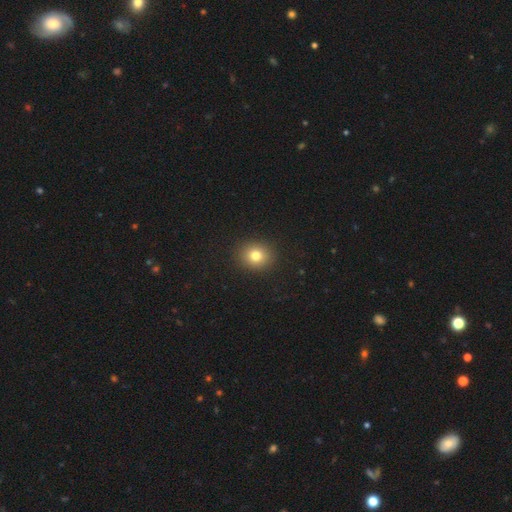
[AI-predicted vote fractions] Smooth or featured? Predicted: smooth (p=0.79). How rounded? Predicted: round (p=0.75). Merging? Predicted: none (p=0.91).